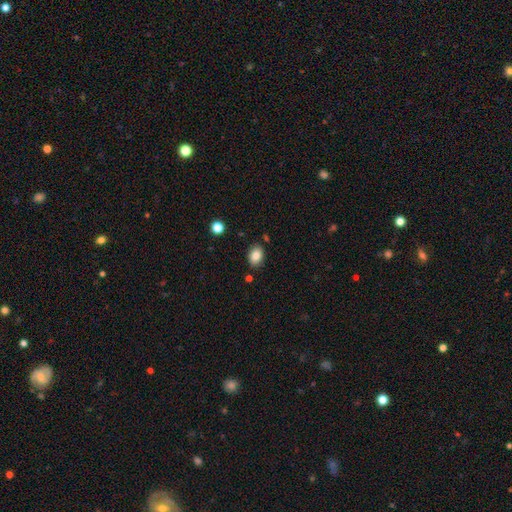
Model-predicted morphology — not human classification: This appears to be a smooth galaxy with no disk features (85%) that is in between round and cigar-shaped (79%). Merging: none (84%).